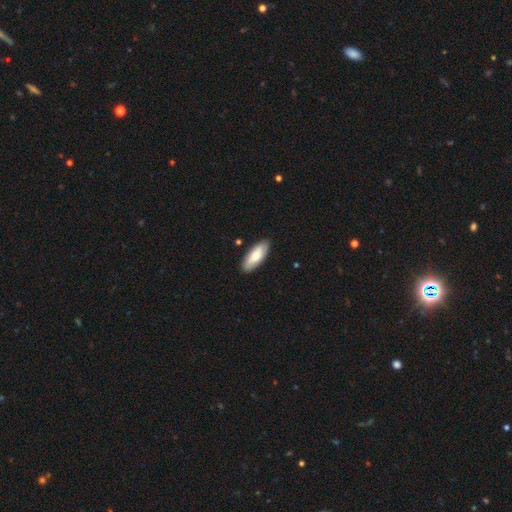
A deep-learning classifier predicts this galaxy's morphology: smooth 73%, featured or disk 21%, star or artifact 5%. Down the decision tree: how rounded — in between (74%); merging — none (87%).